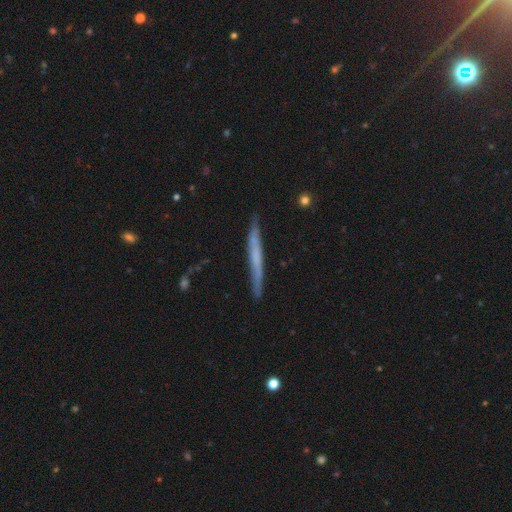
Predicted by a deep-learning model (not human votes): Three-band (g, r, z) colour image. It shows a featured or disk galaxy (53%) viewed edge-on (94%). Merging: none (83%).